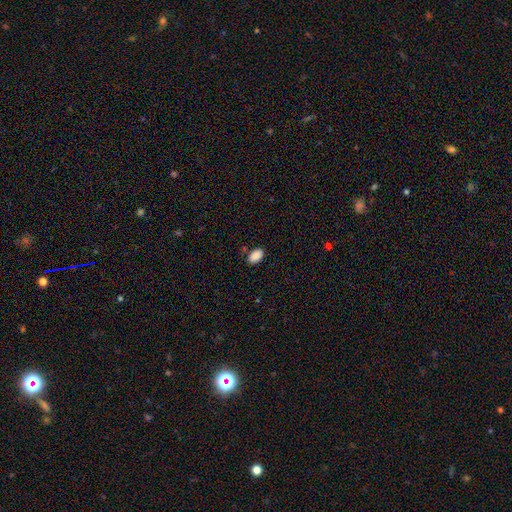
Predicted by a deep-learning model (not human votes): Q: Smooth or featured?
A: smooth (89%); runner-up: star or artifact (8%)
Q: How rounded?
A: in between (92%); runner-up: round (6%)
Q: Merging?
A: none (84%); runner-up: minor disturbance (12%)